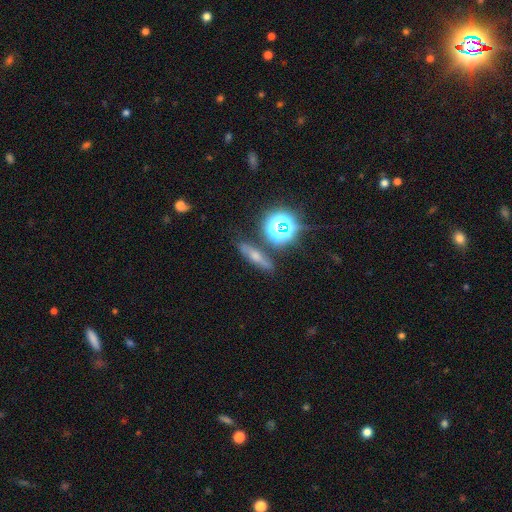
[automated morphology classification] Smooth or featured? smooth (42%)
Merging? none (79%)